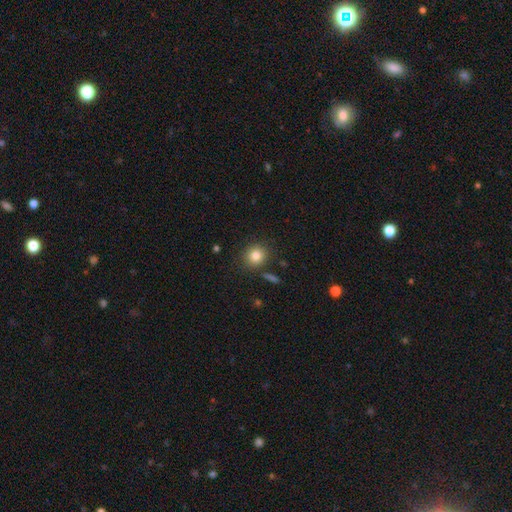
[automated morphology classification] A smooth galaxy with no disk features (82%) that is round (84%). Merging: none (84%).